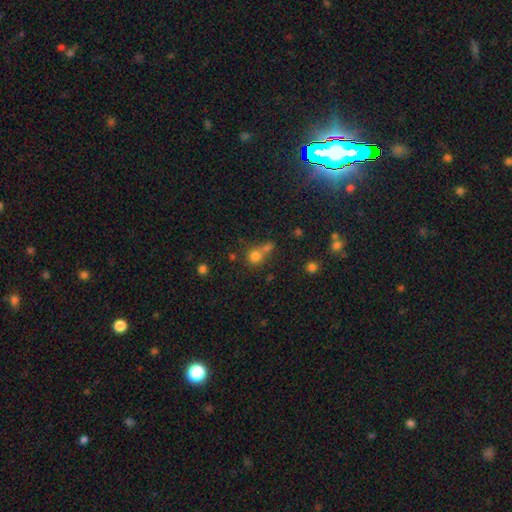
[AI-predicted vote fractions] smooth_or_featured: smooth (p=0.74) [alt: star or artifact p=0.16]
how_rounded: round (p=0.85) [alt: in between p=0.13]
merging: none (p=0.44) [alt: merger p=0.42]